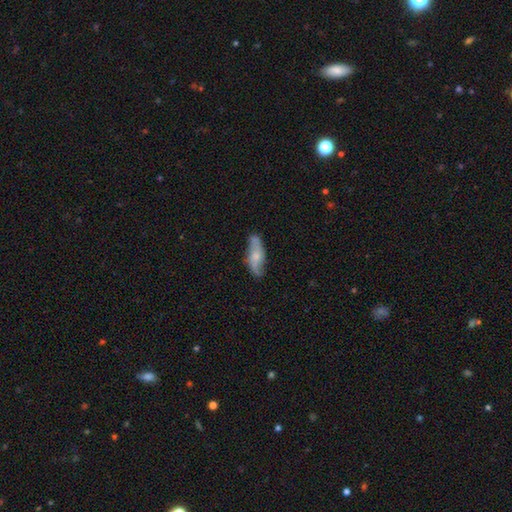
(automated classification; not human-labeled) smooth_or_featured: featured or disk (p=0.57) [alt: smooth p=0.36]
disk_edge_on: no (p=0.77) [alt: yes p=0.23]
merging: none (p=0.73) [alt: minor disturbance p=0.20]